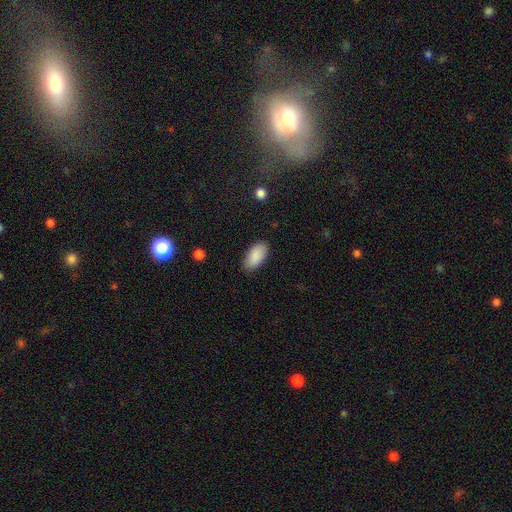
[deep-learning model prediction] smooth_or_featured: smooth (p=0.90) [alt: star or artifact p=0.06]
how_rounded: in between (p=0.95) [alt: cigar-shaped p=0.03]
merging: none (p=0.84) [alt: minor disturbance p=0.12]